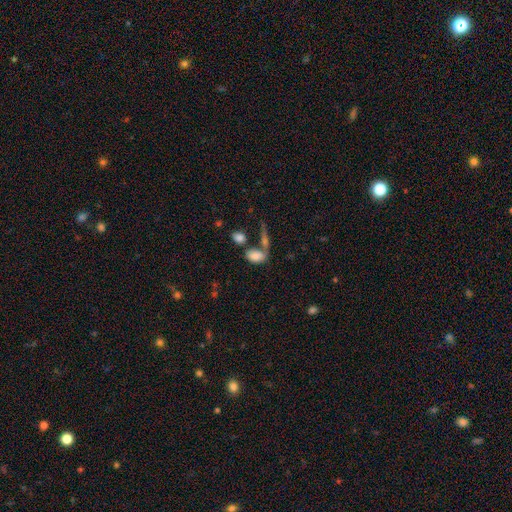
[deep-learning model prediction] smooth_or_featured: smooth (p=0.80) [alt: featured or disk p=0.10]
how_rounded: in between (p=0.89) [alt: round p=0.07]
merging: none (p=0.41) [alt: merger p=0.36]